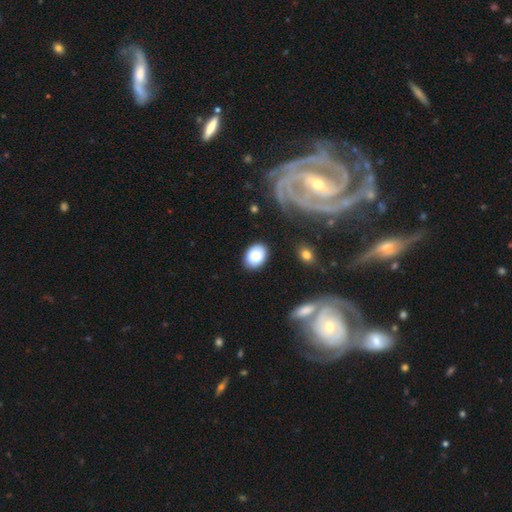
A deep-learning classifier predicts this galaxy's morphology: The model was most divided on "how rounded": in between: 70%, round: 29%, cigar-shaped: 1%. More confident: merging — none (83%); smooth or featured — smooth (77%).